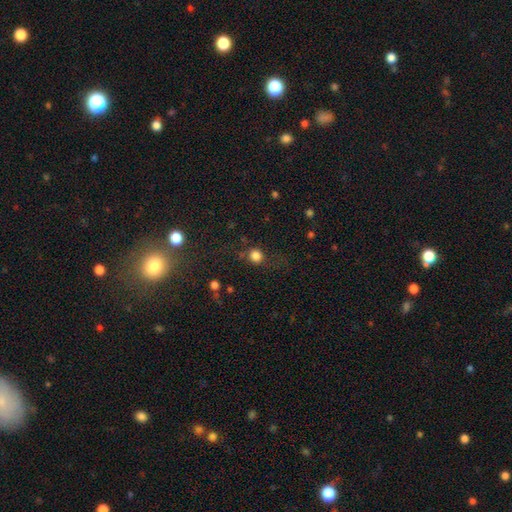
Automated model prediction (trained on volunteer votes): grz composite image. It shows a smooth galaxy with no disk features (80%) that is round (85%). Merging: none (70%).